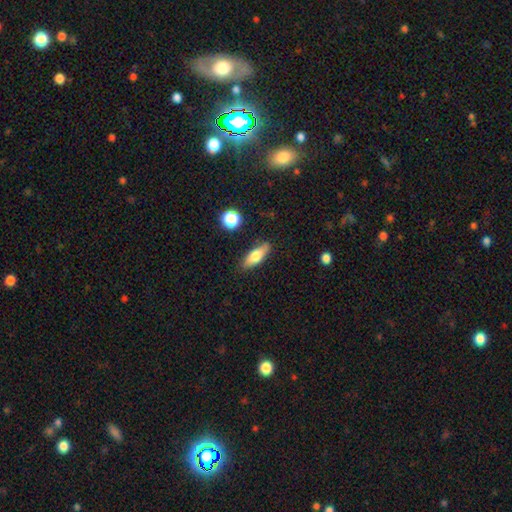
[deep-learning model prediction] Smooth or featured: smooth — 66% (featured or disk — 26%)
How rounded: in between — 56% (cigar-shaped — 40%)
Merging: none — 83% (minor disturbance — 12%)